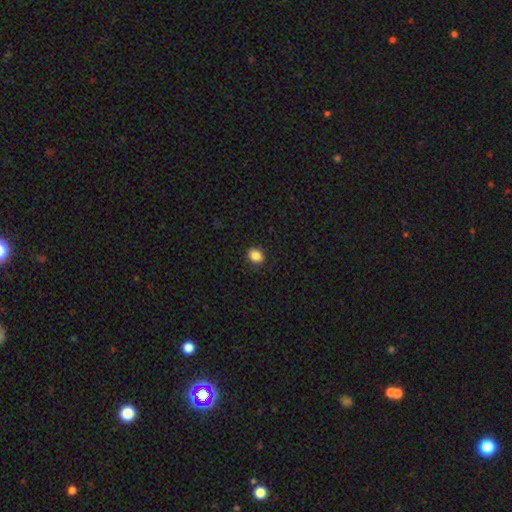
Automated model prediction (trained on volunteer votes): Smooth or featured? Predicted: smooth (p=0.86). How rounded? Predicted: round (p=0.54). Merging? Predicted: none (p=0.89).